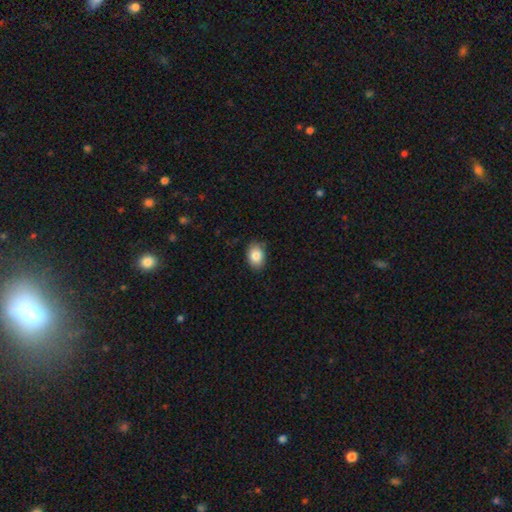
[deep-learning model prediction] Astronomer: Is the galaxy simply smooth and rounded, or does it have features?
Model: smooth — 85%.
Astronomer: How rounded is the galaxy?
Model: in between — 77%.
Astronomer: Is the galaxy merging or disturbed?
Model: none — 81%.